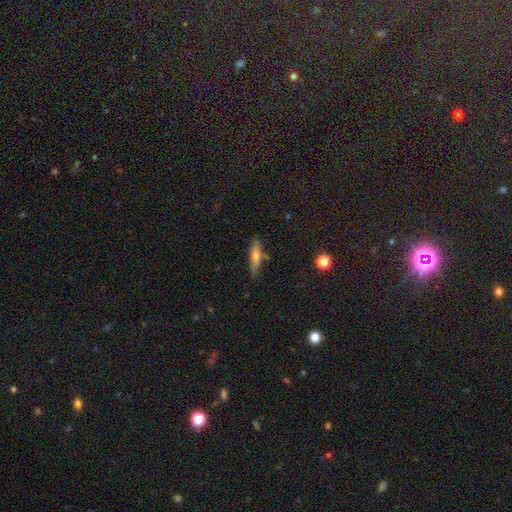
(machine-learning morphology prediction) Q: Smooth or featured?
A: smooth (61%); runner-up: featured or disk (30%)
Q: How rounded?
A: cigar-shaped (79%); runner-up: in between (19%)
Q: Merging?
A: none (75%); runner-up: minor disturbance (16%)